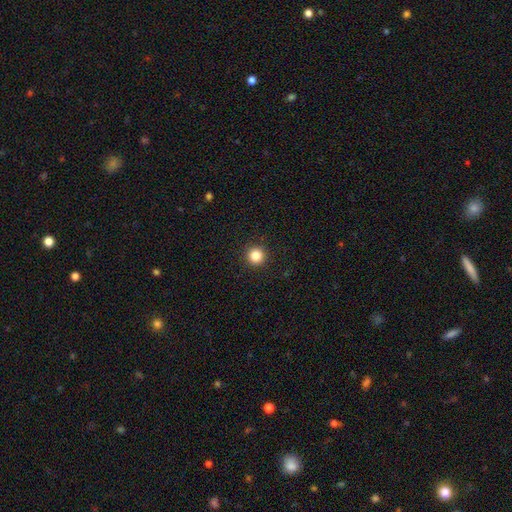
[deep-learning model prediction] The model was most divided on "smooth or featured": smooth: 85%, star or artifact: 11%, featured or disk: 4%. More confident: how rounded — round (96%); merging — none (93%).